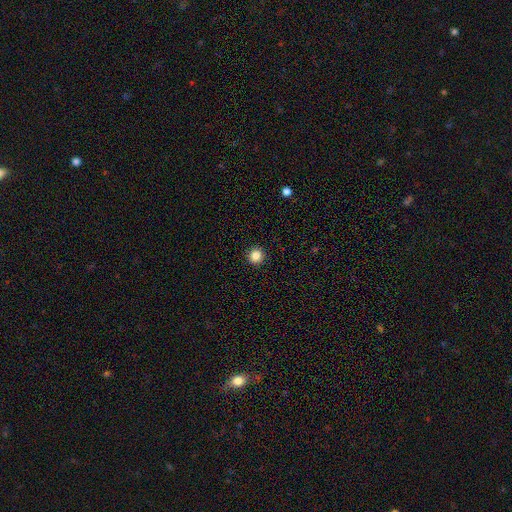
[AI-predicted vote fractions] This appears to be a smooth galaxy with no disk features (85%) that is round (93%). Merging: none (93%).